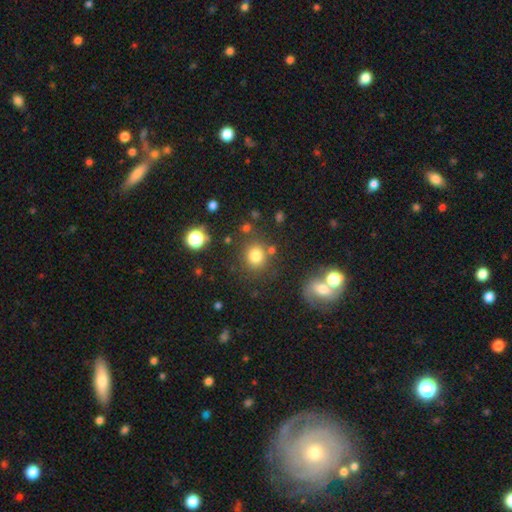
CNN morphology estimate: Smooth or featured: smooth — 79% (star or artifact — 14%)
How rounded: round — 83% (in between — 16%)
Merging: none — 79% (minor disturbance — 10%)